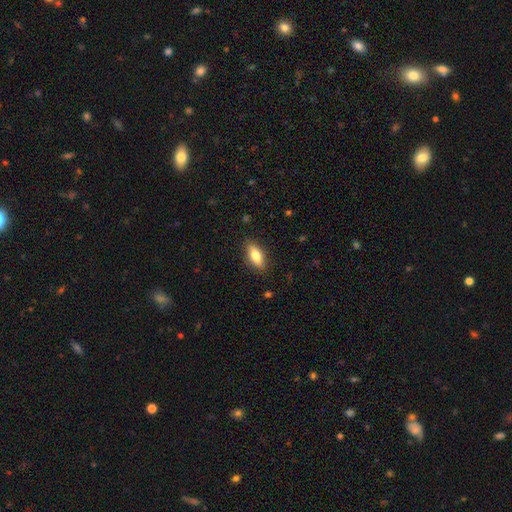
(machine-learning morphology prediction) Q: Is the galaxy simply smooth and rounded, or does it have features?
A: smooth — 75%.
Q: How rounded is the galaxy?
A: in between — 79%.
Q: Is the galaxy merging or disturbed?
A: none — 87%.